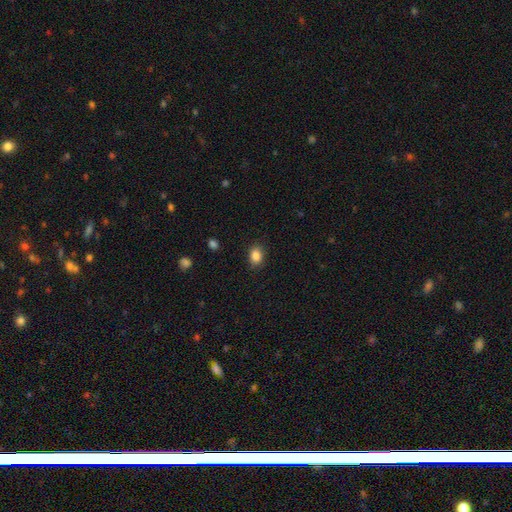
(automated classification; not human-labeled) This appears to be a smooth galaxy with no disk features (86%) that is in between round and cigar-shaped (65%). Merging: none (86%).